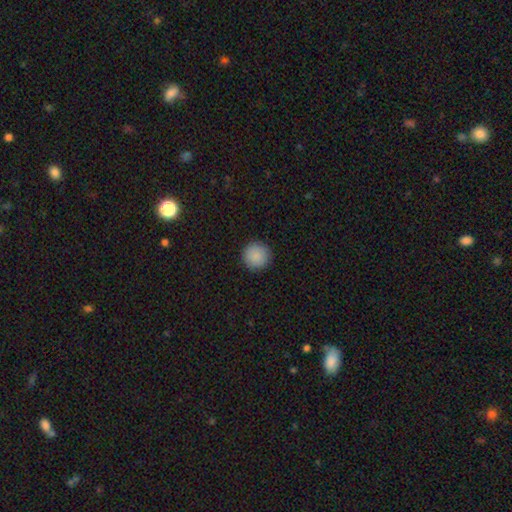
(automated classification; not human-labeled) smooth 89%, star or artifact 8%, featured or disk 3%. Down the decision tree: how rounded — round (96%); merging — none (92%).